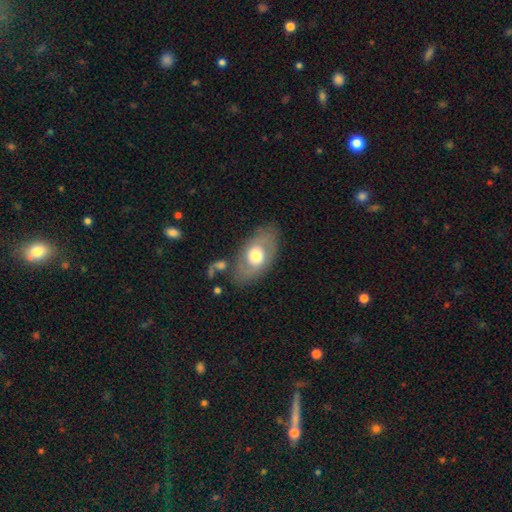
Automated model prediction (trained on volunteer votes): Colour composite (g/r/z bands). It shows a smooth galaxy with no disk features (50%). Merging: none (69%).